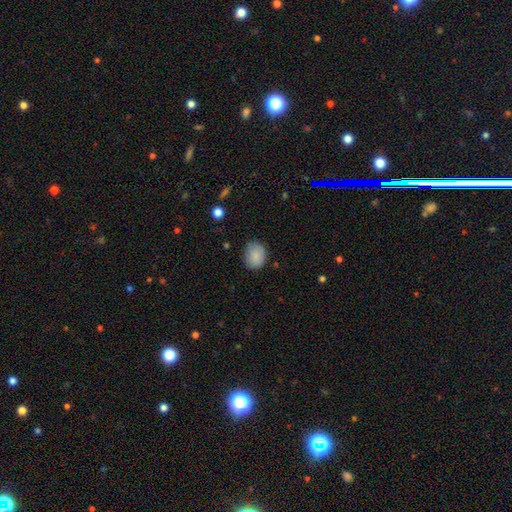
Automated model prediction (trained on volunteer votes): Smooth or featured: smooth — 87% (star or artifact — 8%)
How rounded: in between — 54% (round — 45%)
Merging: none — 77% (minor disturbance — 18%)